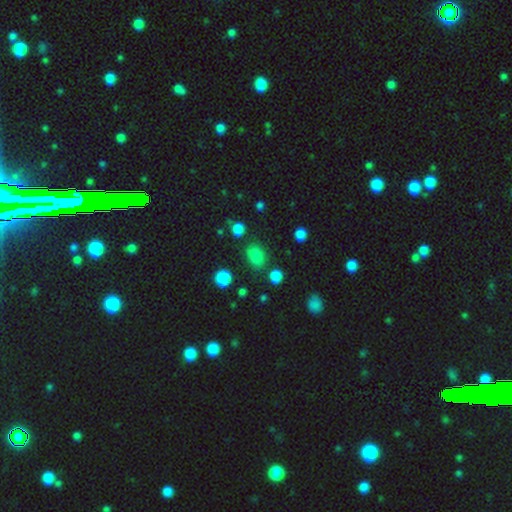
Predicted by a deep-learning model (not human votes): smooth-or-featured: smooth: 78% | star or artifact: 16% | featured or disk: 6%
  how-rounded: in between: 62% | round: 37% | cigar-shaped: 1%
  merging: none: 77% | minor disturbance: 14% | merger: 5% | major disturbance: 4%